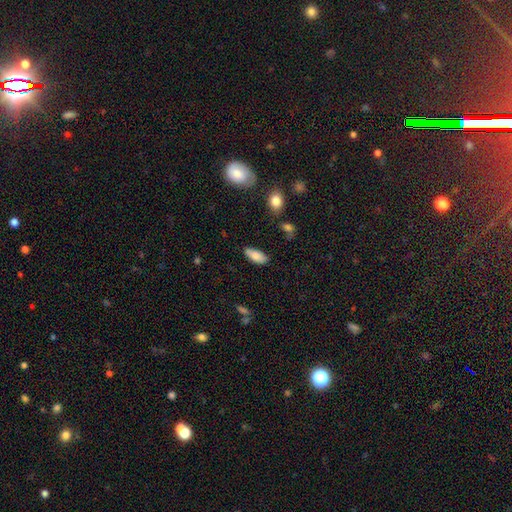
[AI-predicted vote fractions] A smooth galaxy with no disk features (80%) that is in between round and cigar-shaped (85%).

Vote fractions:
- Smooth or featured? smooth: 80% / featured or disk: 13% / star or artifact: 7%
- How rounded? in between: 85% / cigar-shaped: 13% / round: 2%
- Merging? none: 76% / minor disturbance: 18% / major disturbance: 3% / merger: 3%